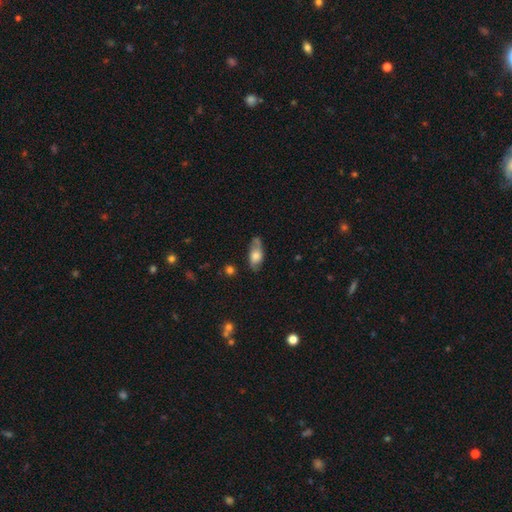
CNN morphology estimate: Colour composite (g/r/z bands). It shows a smooth galaxy with no disk features (55%) that is in between round and cigar-shaped (82%). Merging: none (64%).